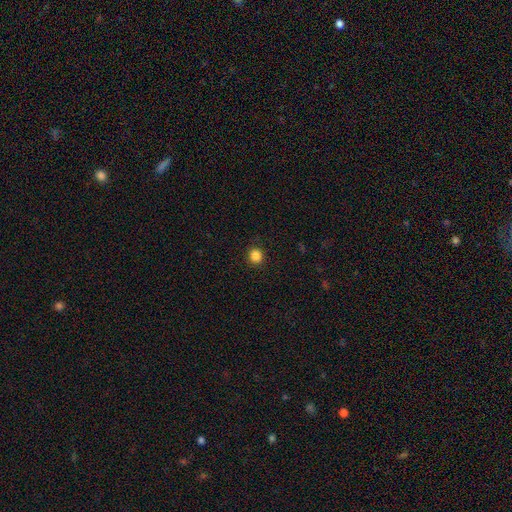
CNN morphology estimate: Q: Smooth or featured?
A: smooth (86%); runner-up: star or artifact (11%)
Q: How rounded?
A: round (87%); runner-up: in between (12%)
Q: Merging?
A: none (91%); runner-up: minor disturbance (6%)